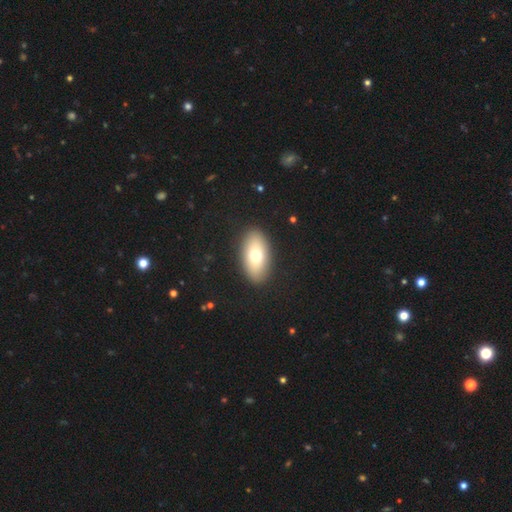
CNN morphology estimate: Smooth or featured? Predicted: smooth (p=0.70). How rounded? Predicted: in between (p=0.91). Merging? Predicted: none (p=0.89).